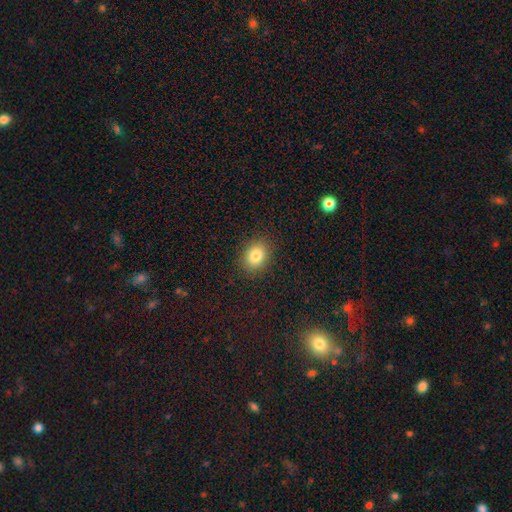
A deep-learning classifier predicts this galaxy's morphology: This is clearly a smooth galaxy (83%). How rounded: possibly in between (54%). Merging: clearly none (88%).